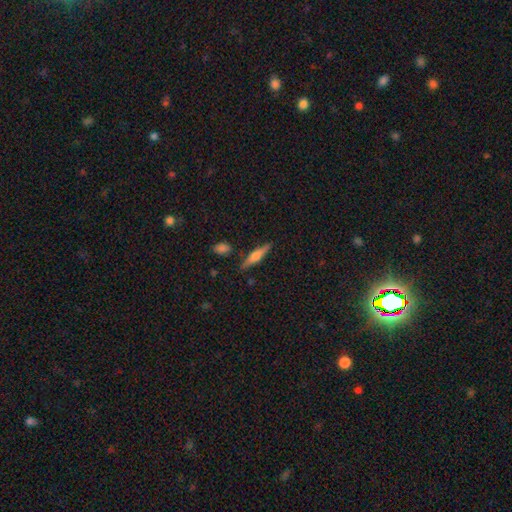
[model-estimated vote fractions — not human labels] Smooth or featured? Predicted: featured or disk (p=0.55). Edge-on disk? Predicted: yes (p=0.96). Edge-on bulge? Predicted: rounded (p=0.75). Merging? Predicted: none (p=0.85).